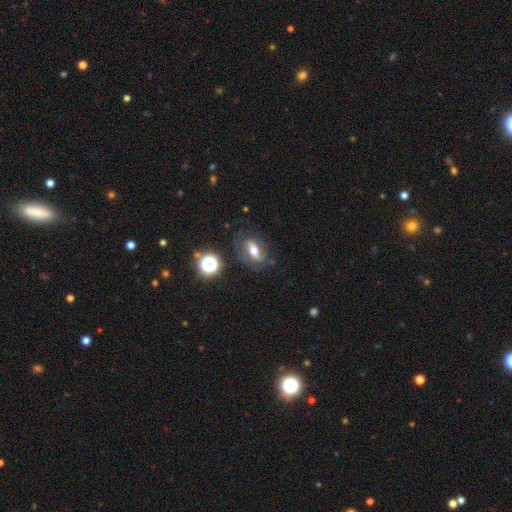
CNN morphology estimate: Smooth or featured?
  - featured or disk: 53% *
  - smooth: 34%
  - star or artifact: 13%
Edge-on disk?
  - no: 83% *
  - yes: 17%
Merging?
  - none: 65% *
  - minor disturbance: 20%
  - major disturbance: 12%
  - merger: 3%